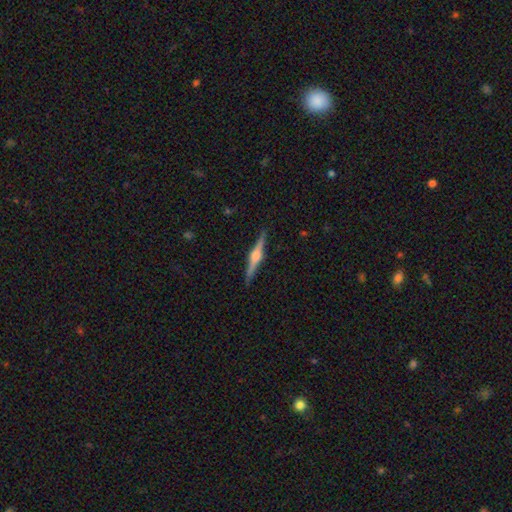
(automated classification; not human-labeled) A featured or disk galaxy (80%) viewed edge-on (98%) with a rounded central bulge (90%). Merging: none (91%).